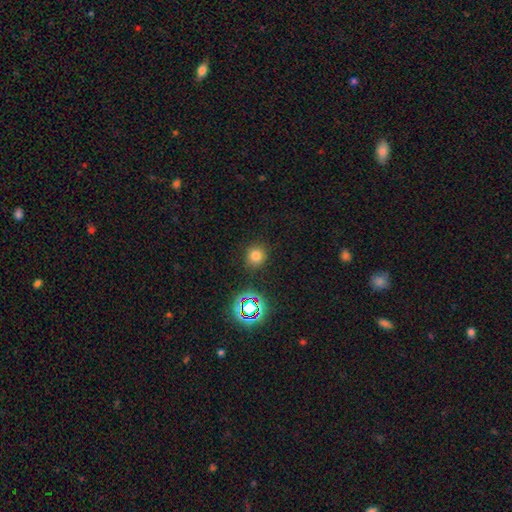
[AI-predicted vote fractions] smooth-or-featured: smooth: 74% | star or artifact: 19% | featured or disk: 6%
  how-rounded: round: 89% | in between: 10% | cigar-shaped: 1%
  merging: none: 88% | minor disturbance: 8% | major disturbance: 3% | merger: 2%